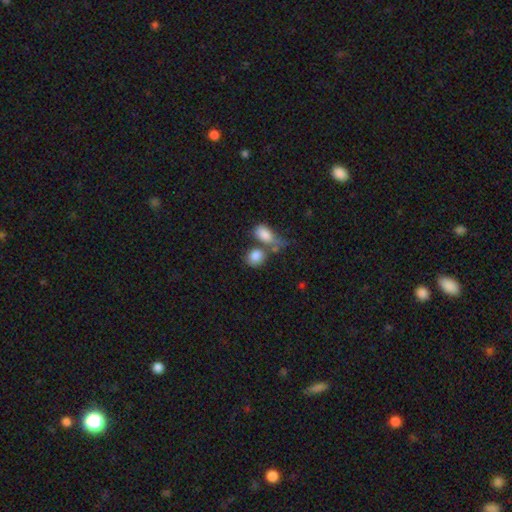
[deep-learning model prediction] This is clearly a smooth galaxy (84%). How rounded: possibly in between (51%). Merging: marginally merger (43%).